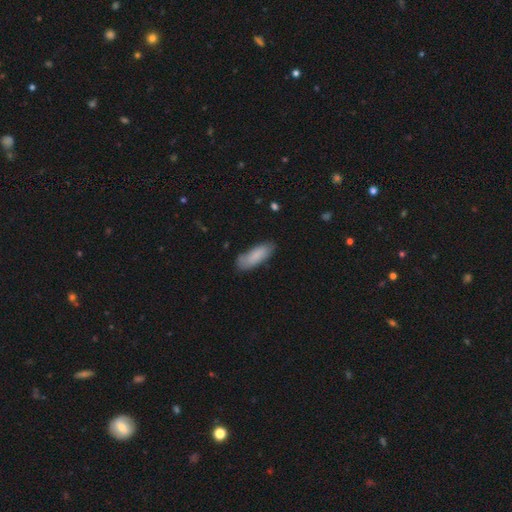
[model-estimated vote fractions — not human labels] This is clearly a smooth galaxy (84%). How rounded: likely in between (64%). Merging: likely none (77%).